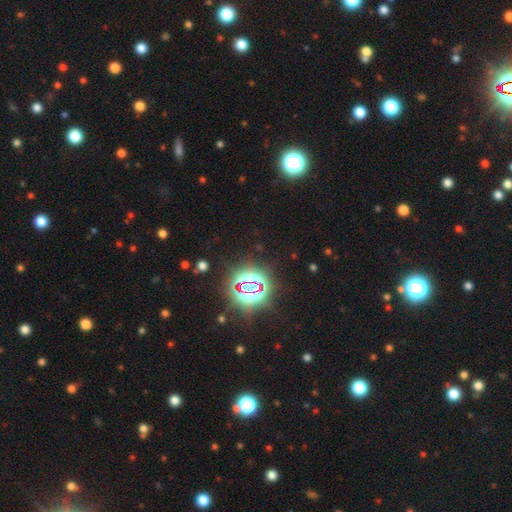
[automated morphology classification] Smooth or featured?
  - star or artifact: 80% *
  - smooth: 13%
  - featured or disk: 7%